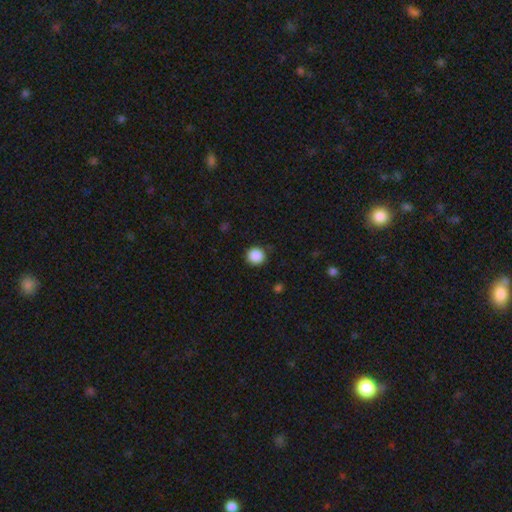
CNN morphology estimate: This appears to be a smooth galaxy with no disk features (88%) that is round (93%). Merging: none (88%).